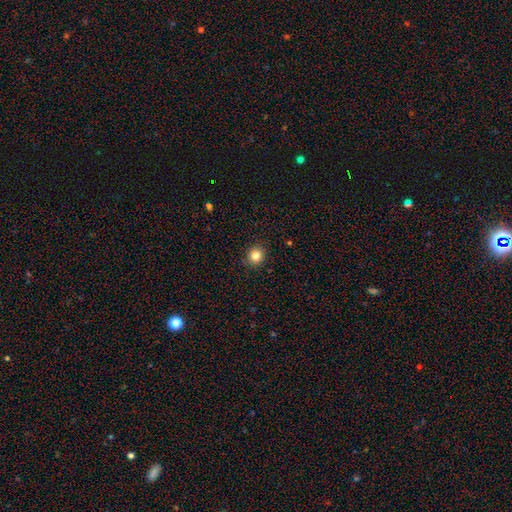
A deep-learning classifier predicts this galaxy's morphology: A smooth galaxy with no disk features (82%) that is round (90%).

Vote fractions:
- Smooth or featured? smooth: 82% / star or artifact: 12% / featured or disk: 6%
- How rounded? round: 90% / in between: 10% / cigar-shaped: 1%
- Merging? none: 91% / minor disturbance: 6% / major disturbance: 2% / merger: 1%